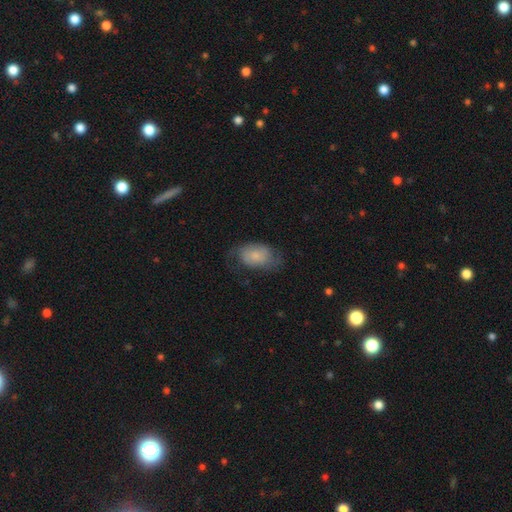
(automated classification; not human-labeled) This appears to be a smooth galaxy with no disk features (60%) that is in between round and cigar-shaped (87%). Merging: none (53%).